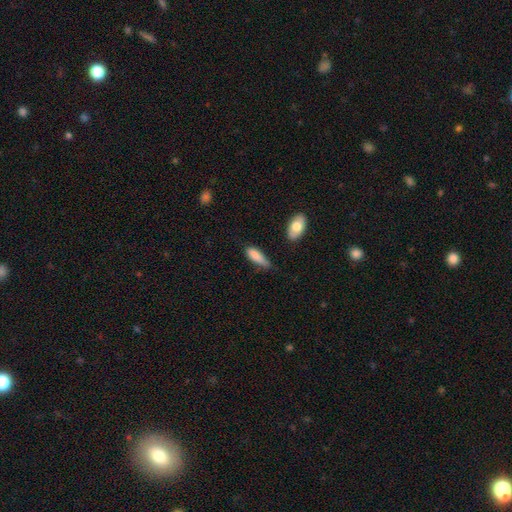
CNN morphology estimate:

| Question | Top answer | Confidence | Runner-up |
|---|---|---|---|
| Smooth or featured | smooth | 84% | featured or disk (9%) |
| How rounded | in between | 54% | cigar-shaped (44%) |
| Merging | none | 47% | minor disturbance (40%) |